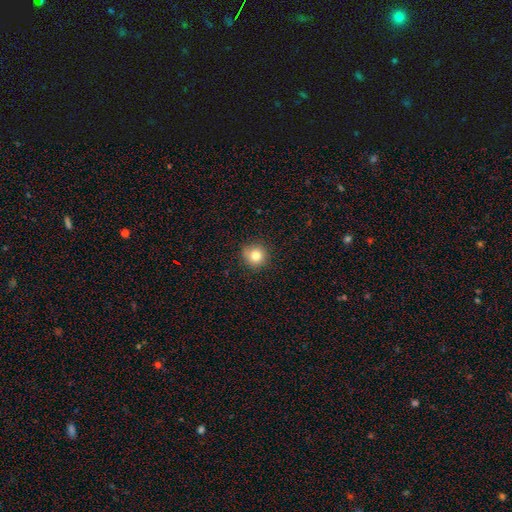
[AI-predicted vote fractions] A smooth galaxy with no disk features (80%) that is round (92%). Merging: none (85%).